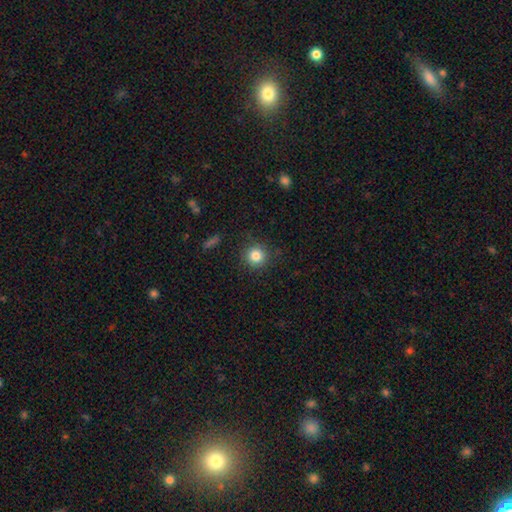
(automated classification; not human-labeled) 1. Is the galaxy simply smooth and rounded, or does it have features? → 83% smooth, 11% star or artifact, 6% featured or disk.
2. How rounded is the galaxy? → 94% round, 5% in between, 1% cigar-shaped.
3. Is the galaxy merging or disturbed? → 89% none, 8% minor disturbance, 3% major disturbance, 1% merger.